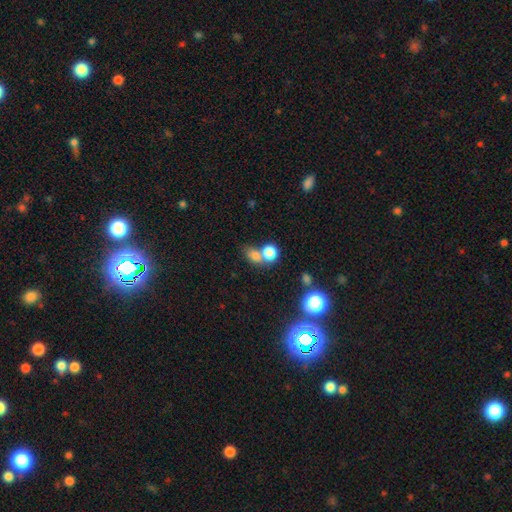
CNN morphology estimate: Smooth or featured? Predicted: smooth (p=0.75). How rounded? Predicted: round (p=0.59). Merging? Predicted: merger (p=0.49).